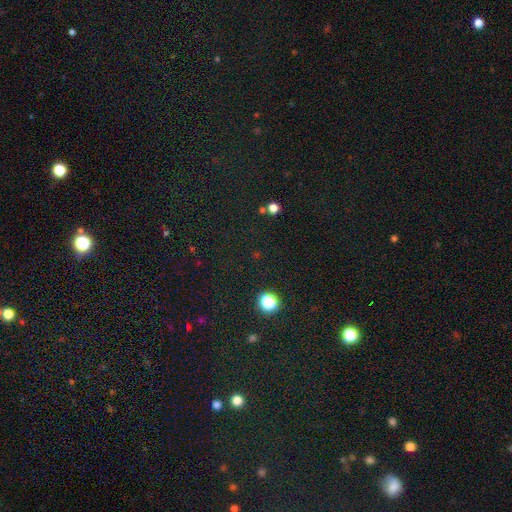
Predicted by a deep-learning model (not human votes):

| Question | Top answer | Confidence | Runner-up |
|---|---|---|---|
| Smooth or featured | star or artifact | 73% | smooth (19%) |